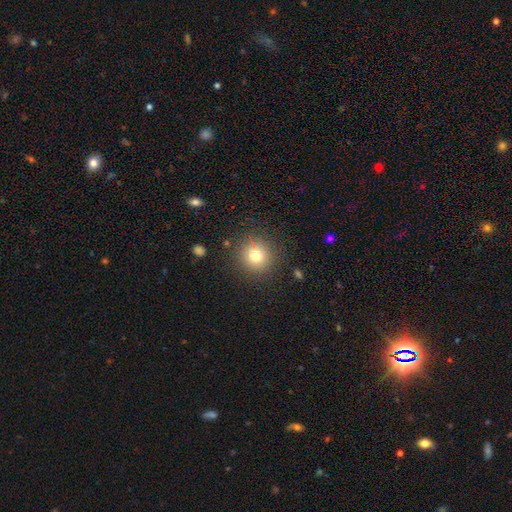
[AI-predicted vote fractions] A smooth galaxy with no disk features (77%) that is round (93%). Merging: none (86%).